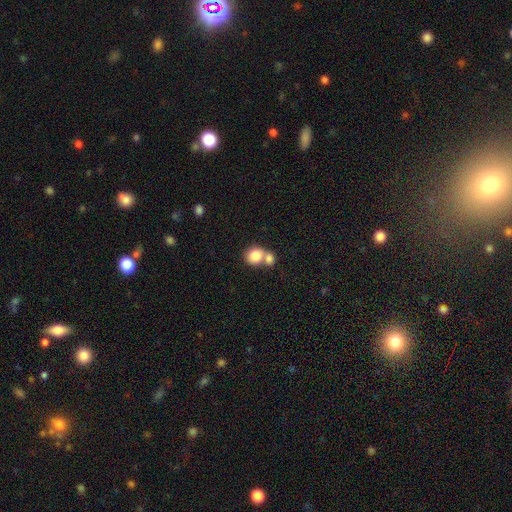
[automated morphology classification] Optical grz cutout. It shows a smooth galaxy with no disk features (82%) that is round (76%). Merging: merger (59%).